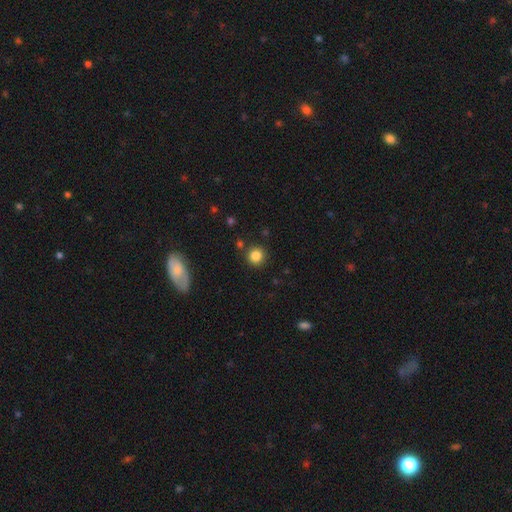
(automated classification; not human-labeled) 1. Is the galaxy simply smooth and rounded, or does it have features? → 84% smooth, 11% star or artifact, 5% featured or disk.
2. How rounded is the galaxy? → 93% round, 6% in between, 1% cigar-shaped.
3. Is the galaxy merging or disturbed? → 87% none, 7% minor disturbance, 4% merger, 2% major disturbance.